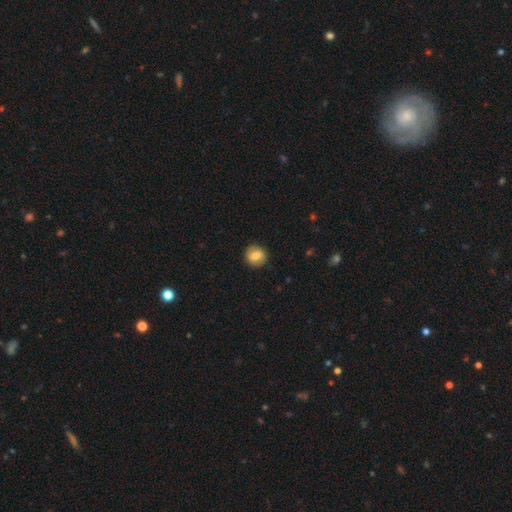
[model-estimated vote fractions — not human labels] smooth 76%, featured or disk 16%, star or artifact 8%. Down the decision tree: how rounded — round (82%); merging — none (88%).